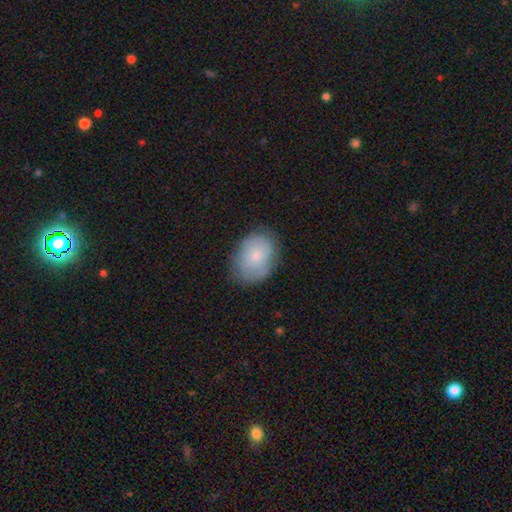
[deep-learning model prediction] smooth 72%, featured or disk 21%, star or artifact 7%. Down the decision tree: how rounded — in between (74%); merging — none (74%).